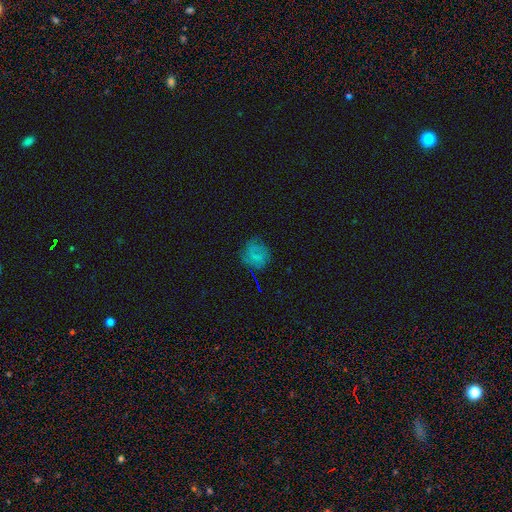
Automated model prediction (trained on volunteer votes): A smooth galaxy with no disk features (53%) that is round (77%). Merging: none (67%).